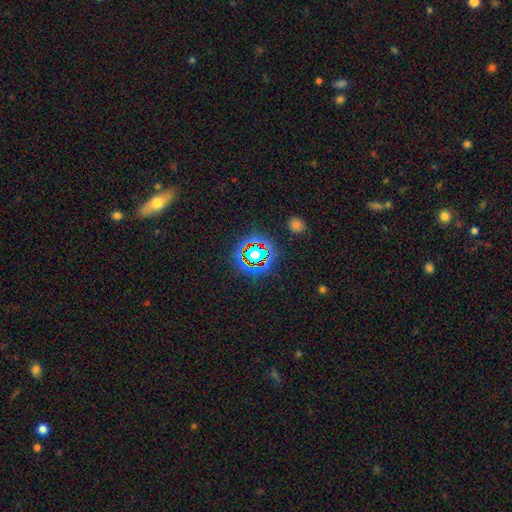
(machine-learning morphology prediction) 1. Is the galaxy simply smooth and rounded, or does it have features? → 72% star or artifact, 17% smooth, 12% featured or disk.